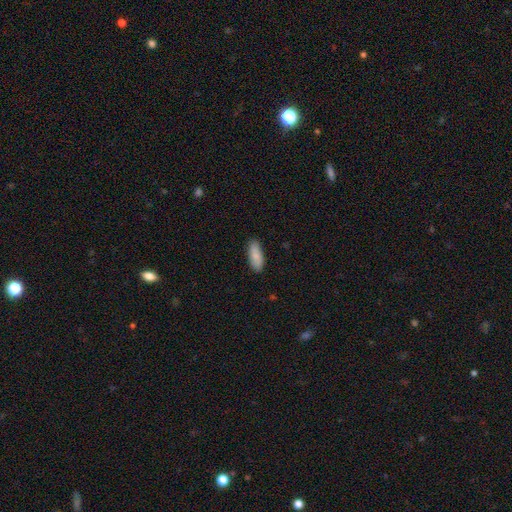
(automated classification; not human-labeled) A smooth galaxy with no disk features (84%) that is in between round and cigar-shaped (74%). Merging: none (85%).